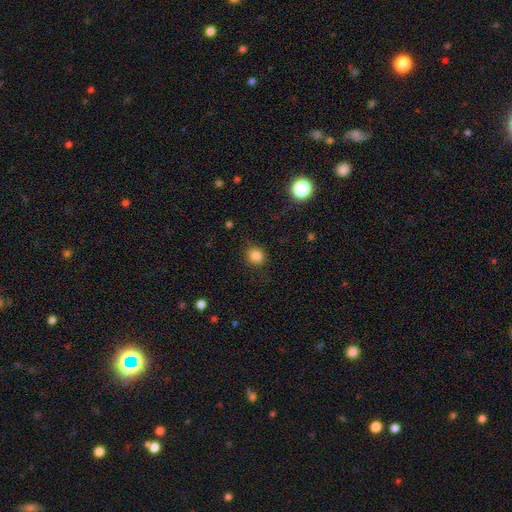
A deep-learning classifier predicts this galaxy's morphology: smooth 84%, star or artifact 11%, featured or disk 5%. Down the decision tree: how rounded — round (80%); merging — none (85%).